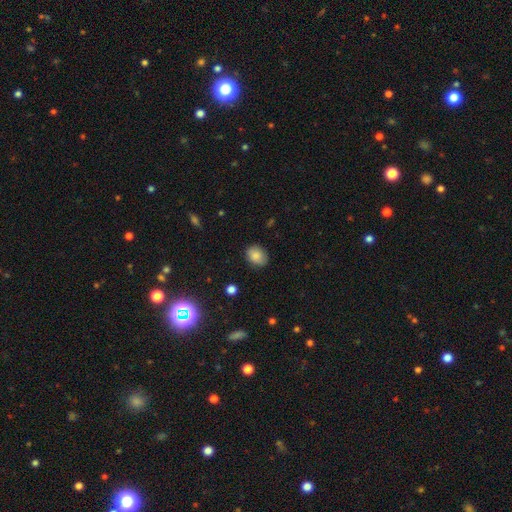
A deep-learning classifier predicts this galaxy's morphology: The model was most divided on "how rounded": in between: 63%, round: 36%, cigar-shaped: 1%. More confident: smooth or featured — smooth (85%); merging — none (82%).